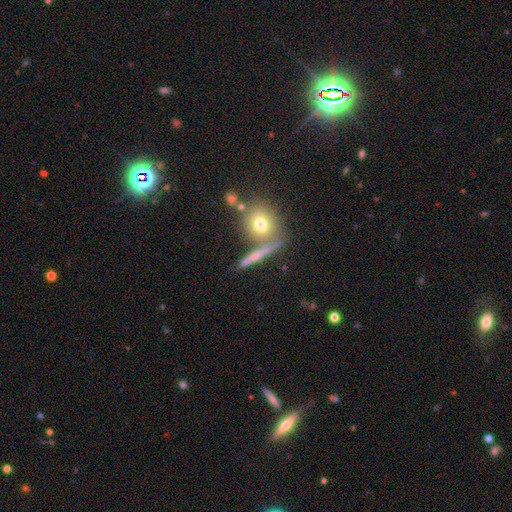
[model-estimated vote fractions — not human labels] This is possibly a smooth galaxy (51%). How rounded: likely cigar-shaped (60%). Merging: likely none (67%).